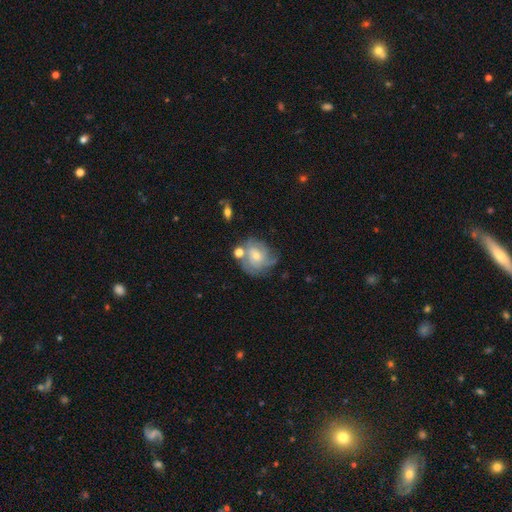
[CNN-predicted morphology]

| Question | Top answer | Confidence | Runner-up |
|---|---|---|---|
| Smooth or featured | featured or disk | 61% | smooth (30%) |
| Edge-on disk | no | 97% | yes (3%) |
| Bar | no | 75% | weak (22%) |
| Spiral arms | yes | 79% | no (21%) |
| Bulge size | small | 54% | moderate (41%) |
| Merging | none | 54% | minor disturbance (23%) |